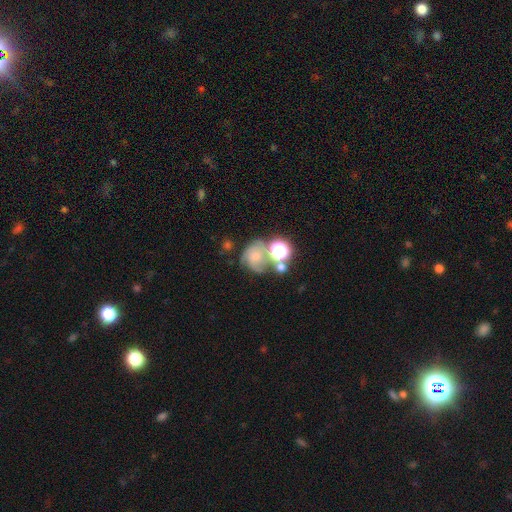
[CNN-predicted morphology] This appears to be a smooth galaxy with no disk features (42%). Merging: none (39%).